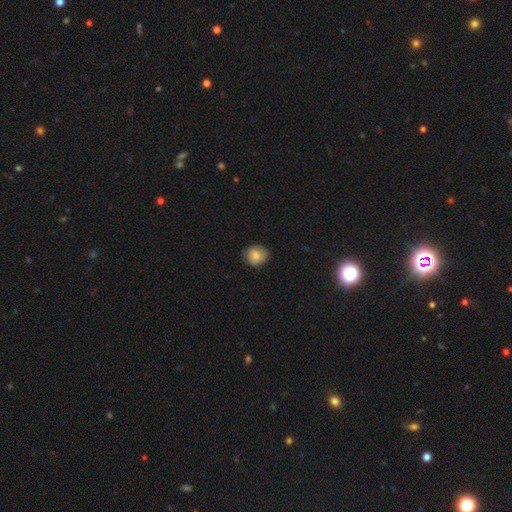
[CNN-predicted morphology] smooth 84%, star or artifact 9%, featured or disk 7%. Down the decision tree: how rounded — round (81%); merging — none (79%).